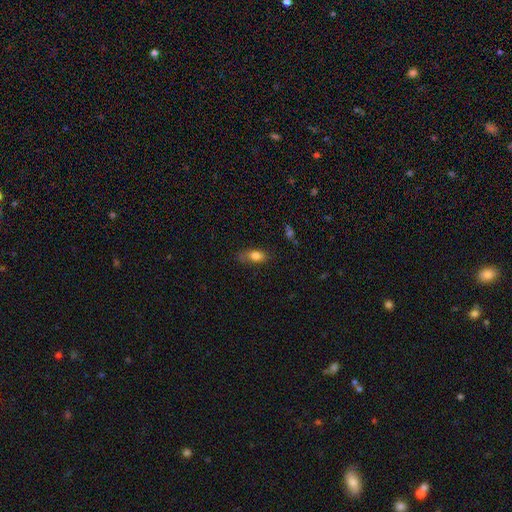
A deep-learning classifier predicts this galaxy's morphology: A smooth galaxy with no disk features (80%) that is in between round and cigar-shaped (78%). Merging: none (62%).